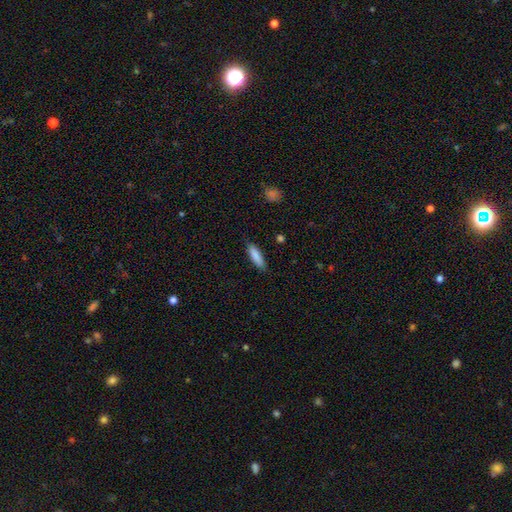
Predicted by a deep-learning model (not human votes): smooth_or_featured: smooth (p=0.86) [alt: featured or disk p=0.08]
how_rounded: cigar-shaped (p=0.62) [alt: in between p=0.36]
merging: none (p=0.83) [alt: minor disturbance p=0.13]